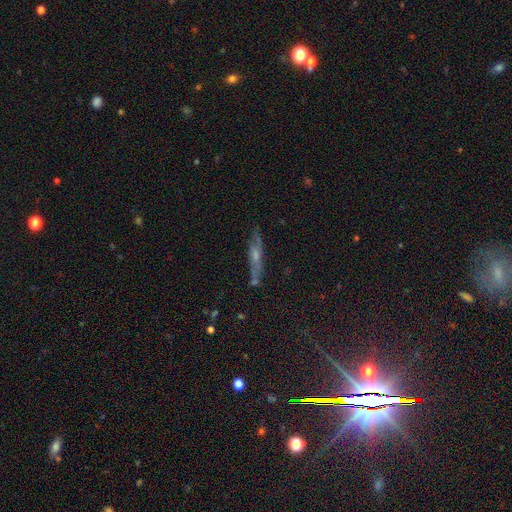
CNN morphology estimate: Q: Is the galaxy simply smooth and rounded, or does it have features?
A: featured or disk — 52%.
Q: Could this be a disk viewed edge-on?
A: yes — 79%.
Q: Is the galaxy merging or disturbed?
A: none — 71%.